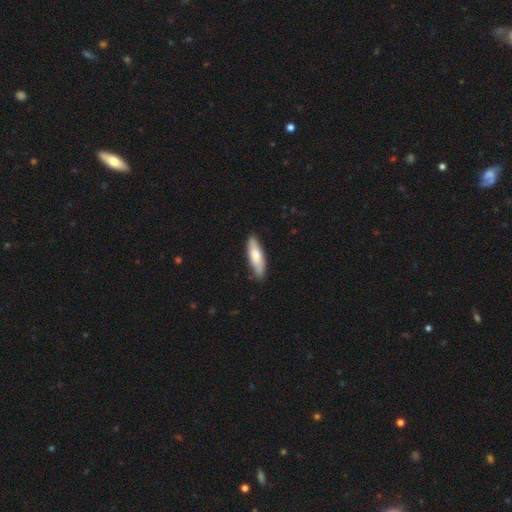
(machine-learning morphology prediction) smooth_or_featured: smooth (p=0.71) [alt: featured or disk p=0.24]
how_rounded: cigar-shaped (p=0.54) [alt: in between p=0.44]
merging: none (p=0.85) [alt: minor disturbance p=0.12]